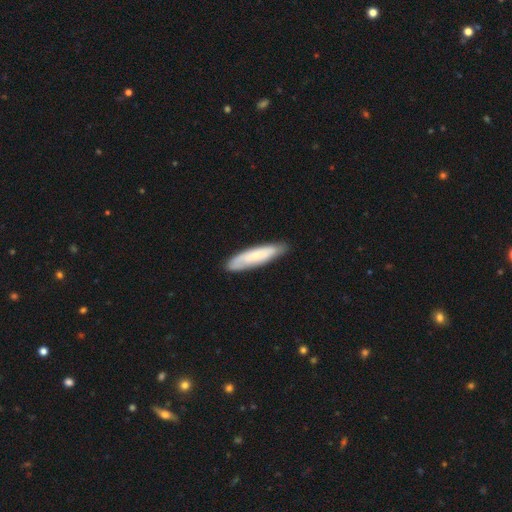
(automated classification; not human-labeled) A smooth galaxy with no disk features (59%) that is cigar-shaped (74%).

Vote fractions:
- Smooth or featured? smooth: 59% / featured or disk: 35% / star or artifact: 5%
- How rounded? cigar-shaped: 74% / in between: 24% / round: 1%
- Merging? none: 82% / minor disturbance: 14% / major disturbance: 2% / merger: 1%